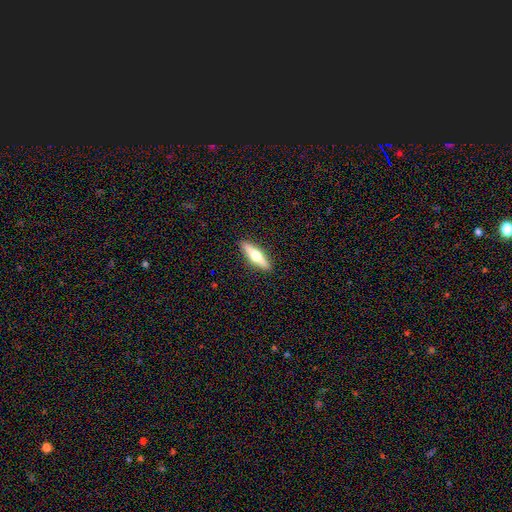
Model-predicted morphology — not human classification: smooth_or_featured: featured or disk (p=0.59) [alt: smooth p=0.36]
disk_edge_on: yes (p=0.95) [alt: no p=0.05]
edge_on_bulge: rounded (p=0.95) [alt: none p=0.02]
merging: none (p=0.91) [alt: minor disturbance p=0.06]